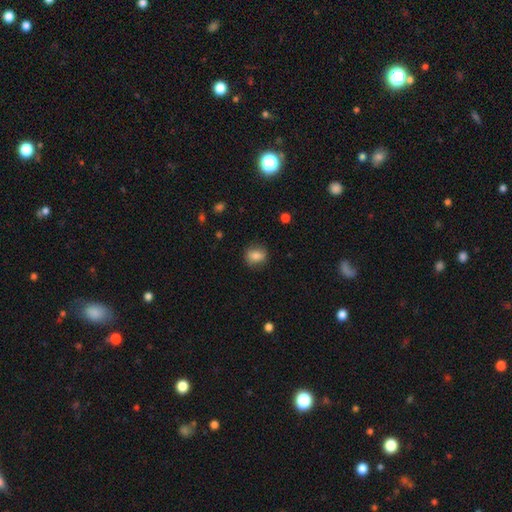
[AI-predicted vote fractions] Q: Smooth or featured?
A: smooth (82%); runner-up: featured or disk (9%)
Q: How rounded?
A: round (57%); runner-up: in between (42%)
Q: Merging?
A: none (82%); runner-up: minor disturbance (13%)